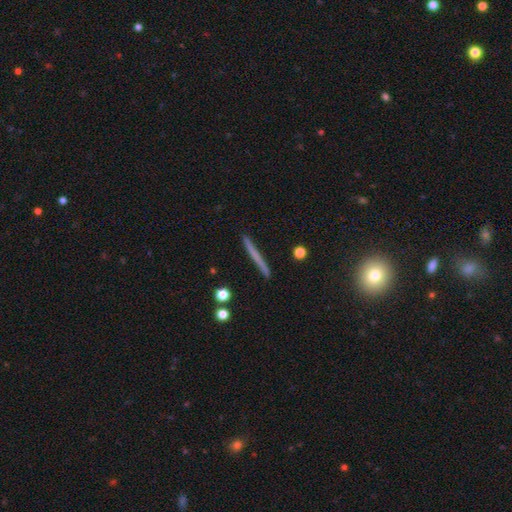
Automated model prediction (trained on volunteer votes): Smooth or featured? smooth (52%)
How rounded? cigar-shaped (96%)
Merging? none (90%)